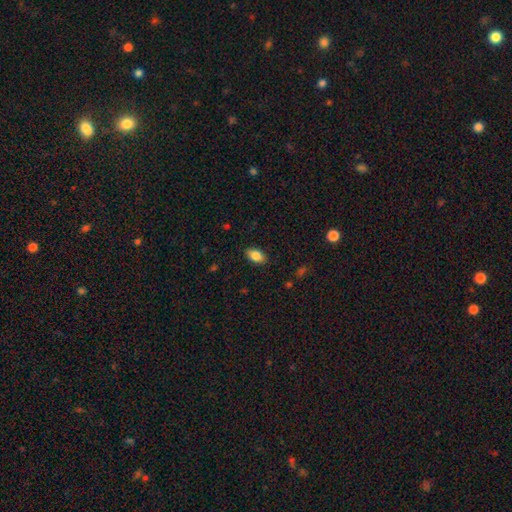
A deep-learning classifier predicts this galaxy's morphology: This appears to be a smooth galaxy with no disk features (83%) that is in between round and cigar-shaped (90%). Merging: none (88%).